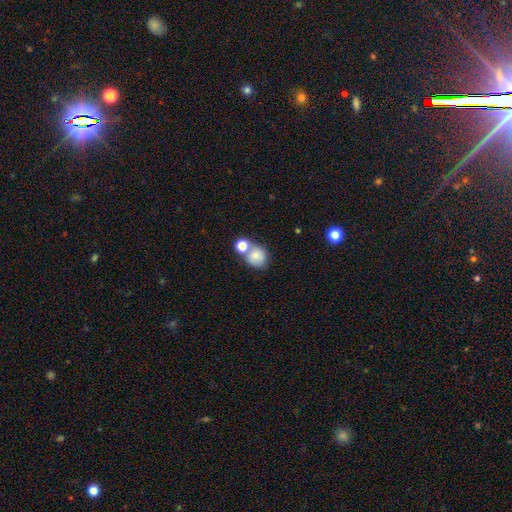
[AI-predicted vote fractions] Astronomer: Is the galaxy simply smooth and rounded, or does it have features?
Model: smooth — 71%.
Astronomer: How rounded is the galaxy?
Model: round — 77%.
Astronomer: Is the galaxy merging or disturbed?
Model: none — 42% (runner-up: merger, 40%).